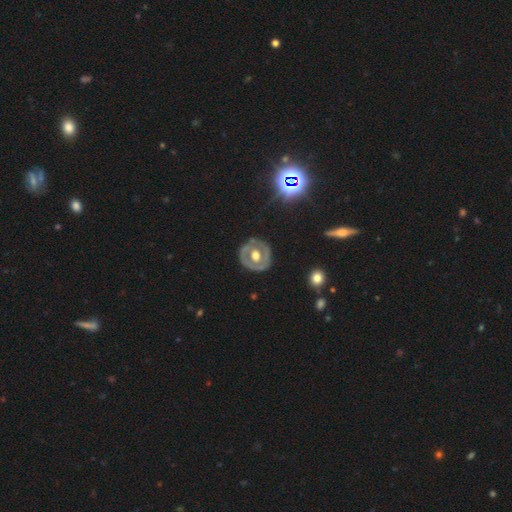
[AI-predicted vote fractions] Smooth or featured? Predicted: featured or disk (p=0.65). Edge-on disk? Predicted: no (p=0.95). Bar? Predicted: no (p=0.73). Spiral arms? Predicted: no (p=0.76). Bulge size? Predicted: moderate (p=0.57). Merging? Predicted: none (p=0.76).